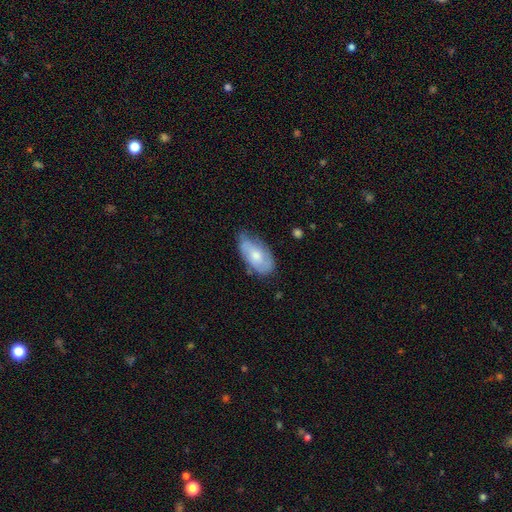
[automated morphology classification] A smooth galaxy with no disk features (53%) that is in between round and cigar-shaped (92%).

Vote fractions:
- Smooth or featured? smooth: 53% / featured or disk: 41% / star or artifact: 6%
- How rounded? in between: 92% / round: 4% / cigar-shaped: 4%
- Merging? none: 56% / minor disturbance: 34% / major disturbance: 8% / merger: 2%